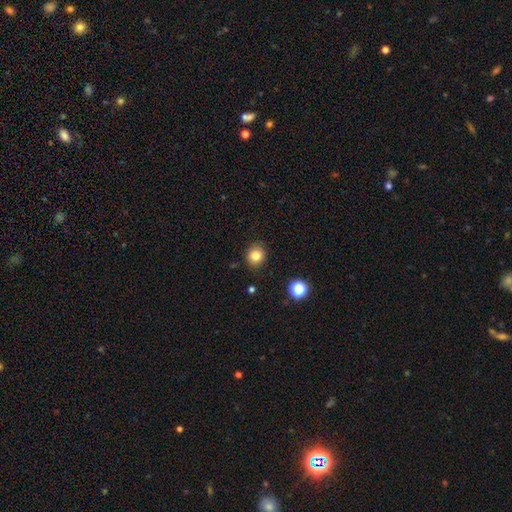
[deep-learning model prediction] Morphology: type=smooth (82%); roundness=round (80%); merging=none (88%).